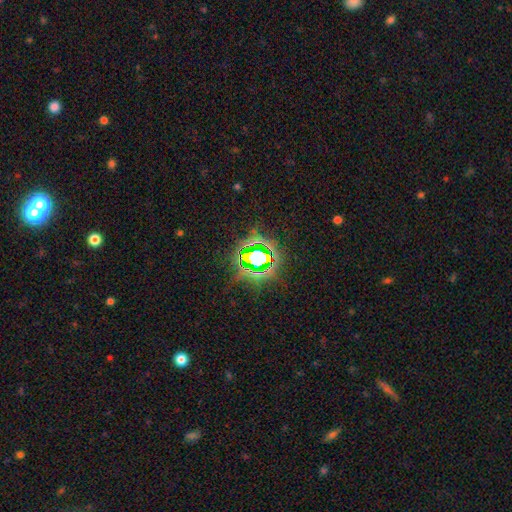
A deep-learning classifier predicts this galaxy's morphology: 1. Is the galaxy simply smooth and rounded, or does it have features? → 76% star or artifact, 13% smooth, 11% featured or disk.